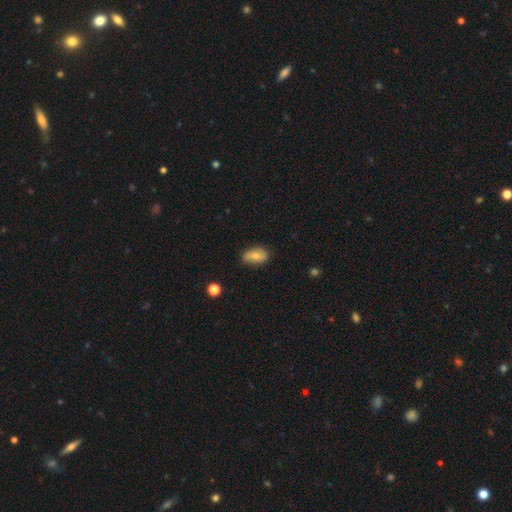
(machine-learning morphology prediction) Smooth or featured: smooth — 70% (featured or disk — 23%)
How rounded: in between — 89% (round — 9%)
Merging: none — 75% (minor disturbance — 21%)